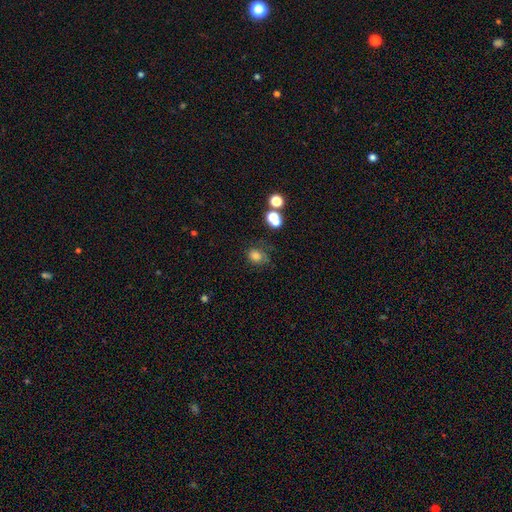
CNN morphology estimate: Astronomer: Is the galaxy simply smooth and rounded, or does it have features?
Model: smooth — 77%.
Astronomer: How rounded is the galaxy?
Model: round — 54% (runner-up: in between, 45%).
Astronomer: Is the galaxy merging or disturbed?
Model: none — 55%.